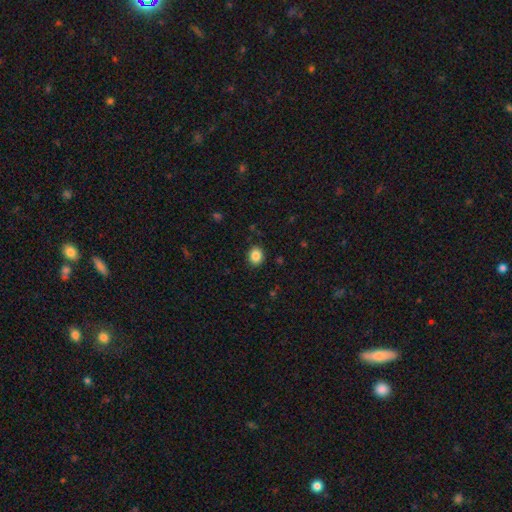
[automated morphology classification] Smooth or featured?
  - smooth: 86% *
  - star or artifact: 10%
  - featured or disk: 4%
How rounded?
  - round: 65% *
  - in between: 35%
  - cigar-shaped: 1%
Merging?
  - none: 89% *
  - minor disturbance: 7%
  - major disturbance: 2%
  - merger: 1%